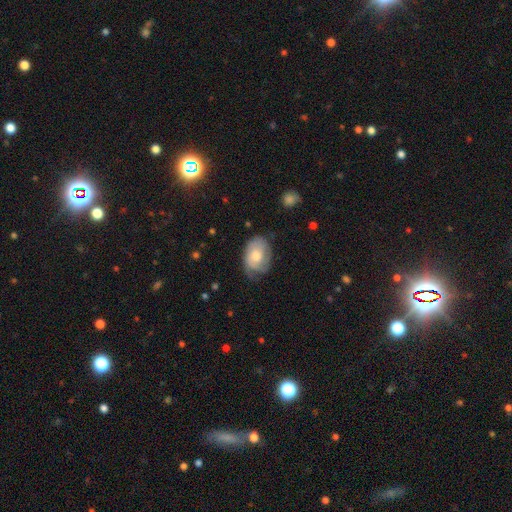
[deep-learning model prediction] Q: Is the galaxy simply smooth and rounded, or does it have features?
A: smooth — 51%.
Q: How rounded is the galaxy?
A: in between — 80%.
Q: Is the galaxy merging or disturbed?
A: none — 58%.